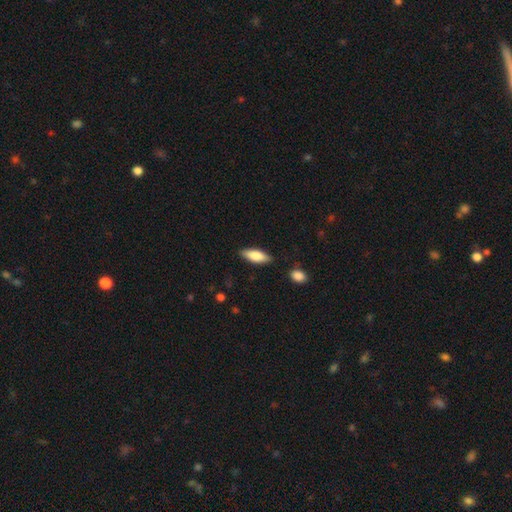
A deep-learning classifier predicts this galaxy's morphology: This is likely a smooth galaxy (78%). How rounded: likely in between (66%). Merging: clearly none (85%).